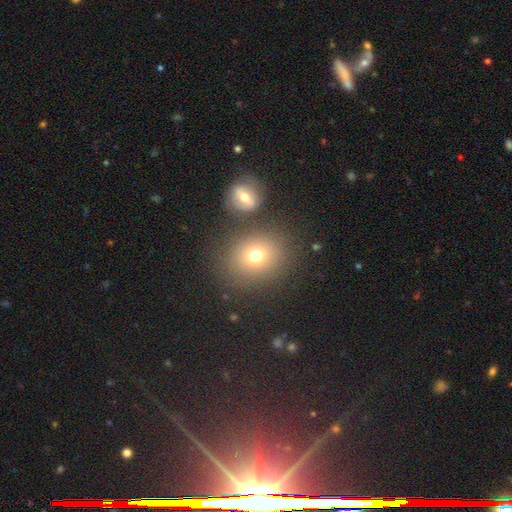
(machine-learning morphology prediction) smooth 72%, star or artifact 14%, featured or disk 13%. Down the decision tree: how rounded — round (65%); merging — none (74%).